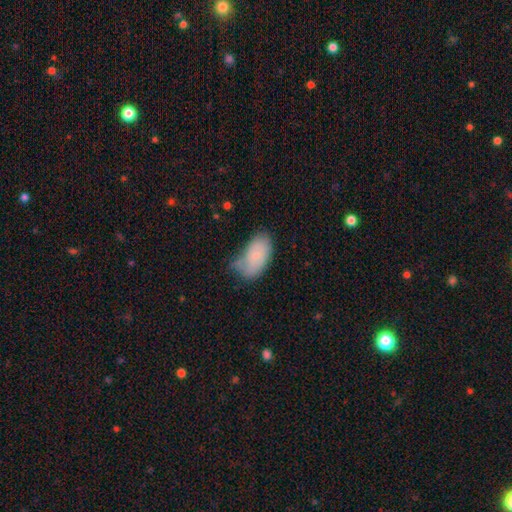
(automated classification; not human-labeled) Q: Smooth or featured?
A: smooth (74%); runner-up: featured or disk (18%)
Q: How rounded?
A: in between (94%); runner-up: round (4%)
Q: Merging?
A: none (47%); runner-up: minor disturbance (35%)